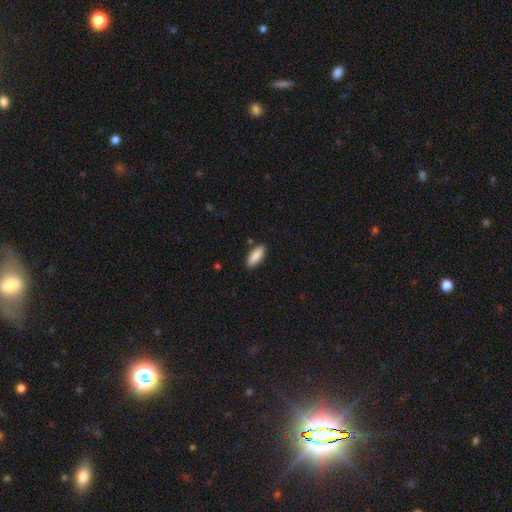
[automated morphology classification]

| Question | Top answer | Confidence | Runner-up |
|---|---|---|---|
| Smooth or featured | smooth | 88% | star or artifact (6%) |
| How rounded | in between | 74% | cigar-shaped (25%) |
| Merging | none | 87% | minor disturbance (9%) |